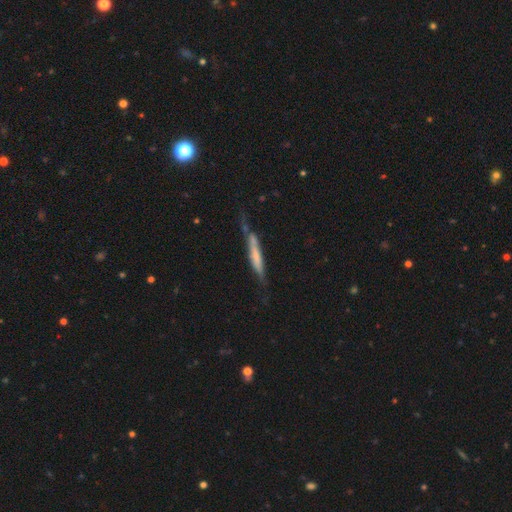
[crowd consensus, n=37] Smooth or featured?
  - smooth: 51% *
  - featured or disk: 49%
  - star or artifact: 0%
How rounded?
  - cigar-shaped: 100% *
  - round: 0%
  - in between: 0%
Merging?
  - none: 54% *
  - minor disturbance: 27%
  - merger: 14%
  - major disturbance: 5%